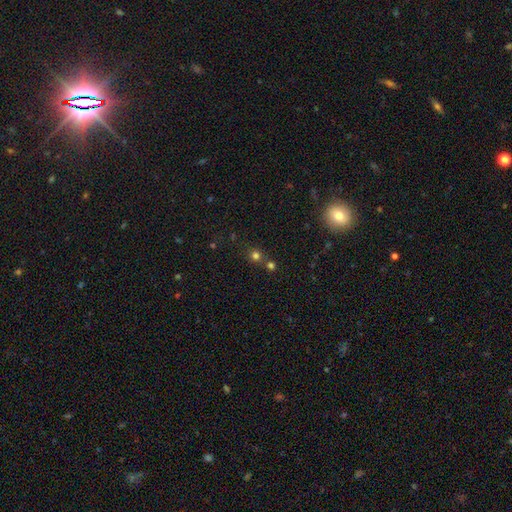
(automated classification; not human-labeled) Overall: smooth (69%). How rounded: round (88%). Merging: none (70%).